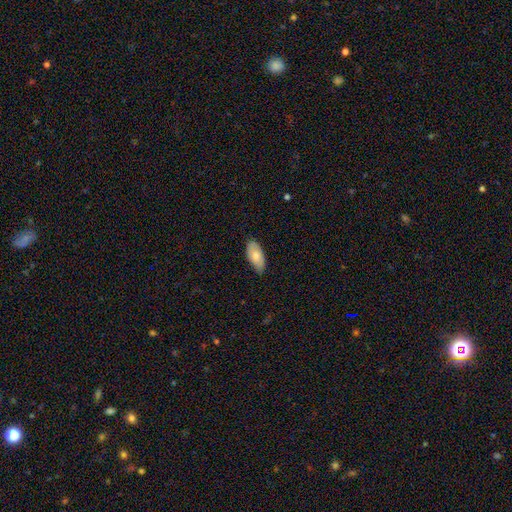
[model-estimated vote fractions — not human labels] A smooth galaxy with no disk features (78%) that is in between round and cigar-shaped (92%).

Vote fractions:
- Smooth or featured? smooth: 78% / featured or disk: 16% / star or artifact: 6%
- How rounded? in between: 92% / cigar-shaped: 6% / round: 2%
- Merging? none: 74% / minor disturbance: 22% / major disturbance: 3% / merger: 1%